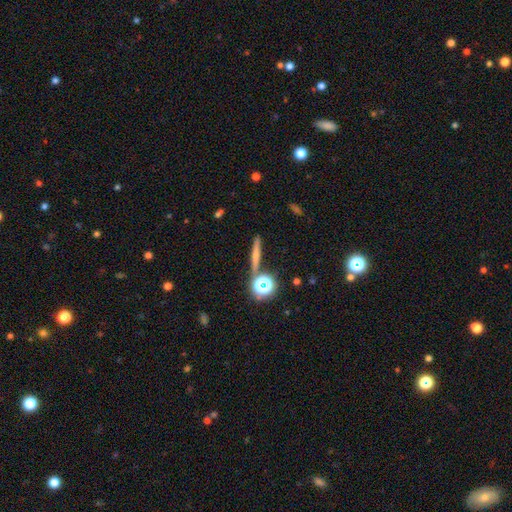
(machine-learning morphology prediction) A smooth galaxy with no disk features (50%) that is cigar-shaped (75%). Merging: none (83%).